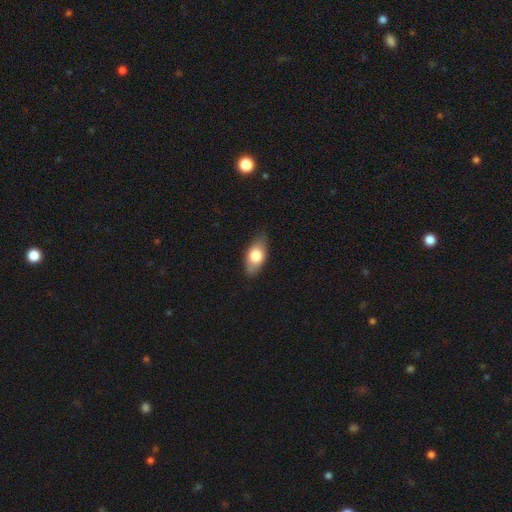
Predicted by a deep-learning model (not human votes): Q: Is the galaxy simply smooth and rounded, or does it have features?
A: smooth — 73%.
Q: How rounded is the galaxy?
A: in between — 88%.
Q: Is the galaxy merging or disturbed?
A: none — 77%.